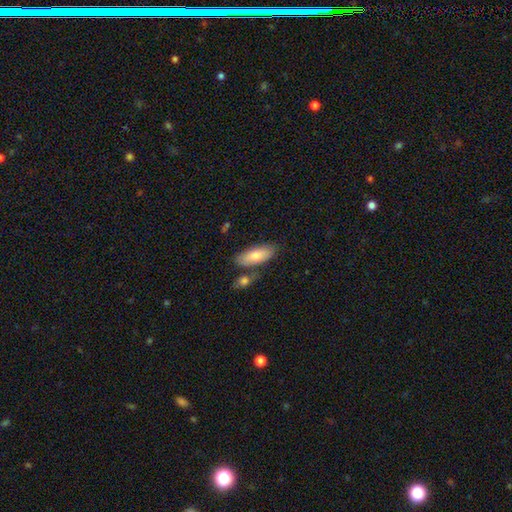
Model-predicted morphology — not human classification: A smooth galaxy with no disk features (79%) that is in between round and cigar-shaped (76%).

Vote fractions:
- Smooth or featured? smooth: 79% / featured or disk: 16% / star or artifact: 6%
- How rounded? in between: 76% / cigar-shaped: 22% / round: 2%
- Merging? none: 66% / merger: 16% / minor disturbance: 14% / major disturbance: 4%